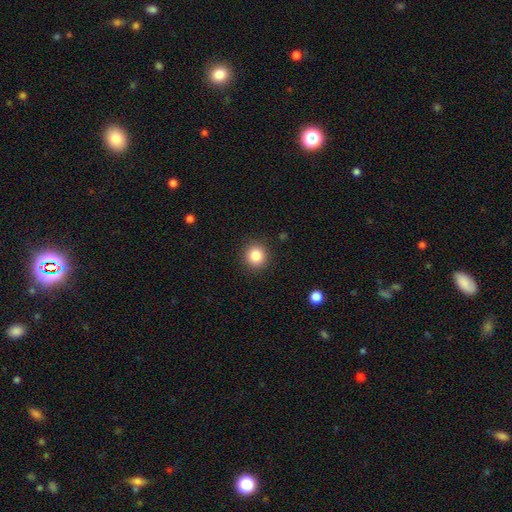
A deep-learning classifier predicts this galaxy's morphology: smooth_or_featured: smooth (p=0.85) [alt: star or artifact p=0.10]
how_rounded: round (p=0.91) [alt: in between p=0.08]
merging: none (p=0.90) [alt: minor disturbance p=0.06]